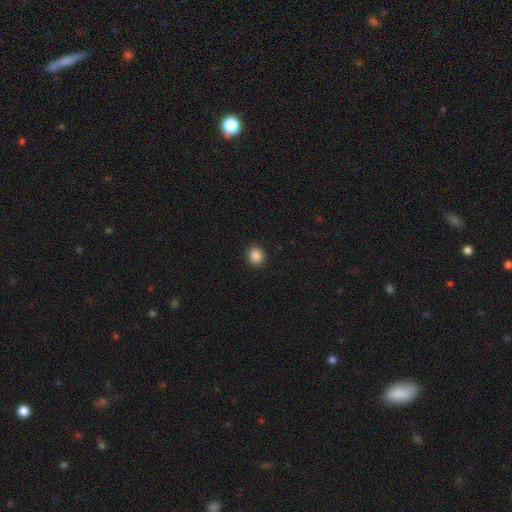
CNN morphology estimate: Q: Smooth or featured?
A: smooth (87%); runner-up: star or artifact (10%)
Q: How rounded?
A: round (84%); runner-up: in between (15%)
Q: Merging?
A: none (92%); runner-up: minor disturbance (5%)